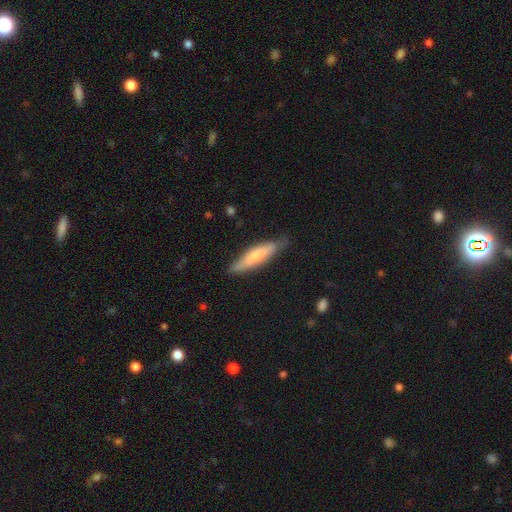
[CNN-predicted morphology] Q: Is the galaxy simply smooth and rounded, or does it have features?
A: smooth — 62%.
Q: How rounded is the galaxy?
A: cigar-shaped — 72%.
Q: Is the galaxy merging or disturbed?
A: none — 74%.